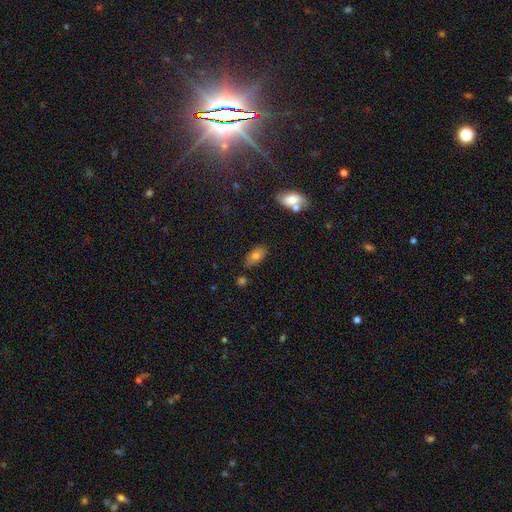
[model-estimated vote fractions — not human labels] A smooth galaxy with no disk features (75%) that is in between round and cigar-shaped (89%).

Vote fractions:
- Smooth or featured? smooth: 75% / featured or disk: 16% / star or artifact: 9%
- How rounded? in between: 89% / cigar-shaped: 6% / round: 5%
- Merging? none: 77% / minor disturbance: 15% / merger: 5% / major disturbance: 3%